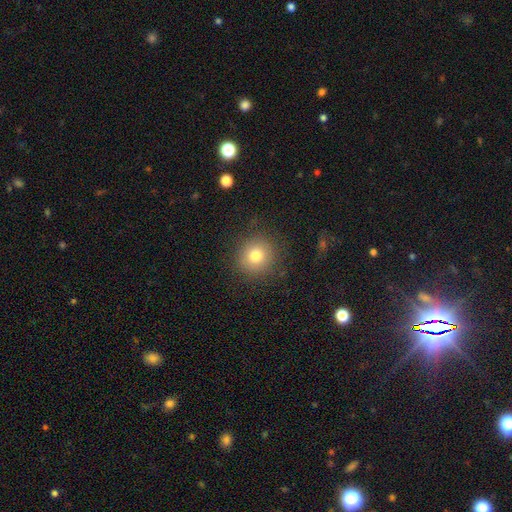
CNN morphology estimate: smooth_or_featured: smooth (p=0.78) [alt: star or artifact p=0.12]
how_rounded: round (p=0.90) [alt: in between p=0.09]
merging: none (p=0.86) [alt: minor disturbance p=0.09]